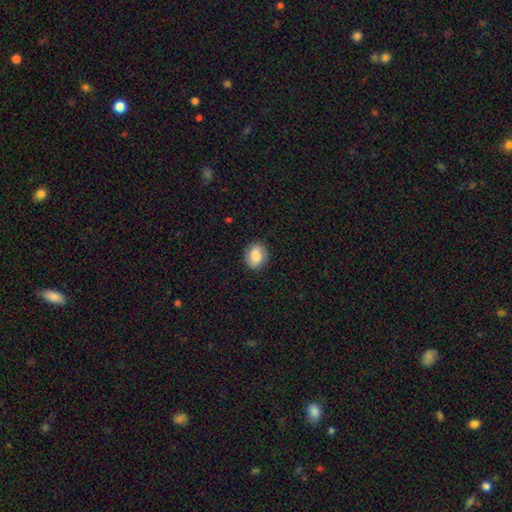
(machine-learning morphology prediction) type=smooth (84%); roundness=in between (58%); merging=none (87%).